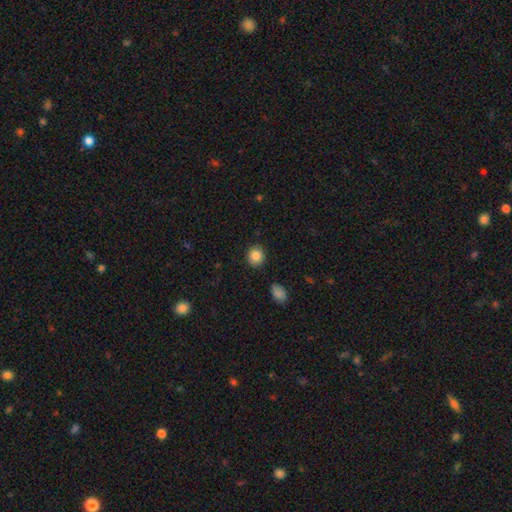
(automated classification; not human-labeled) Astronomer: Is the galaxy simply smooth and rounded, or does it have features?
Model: smooth — 86%.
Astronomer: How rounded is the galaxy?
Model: round — 83%.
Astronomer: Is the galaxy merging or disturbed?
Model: none — 89%.